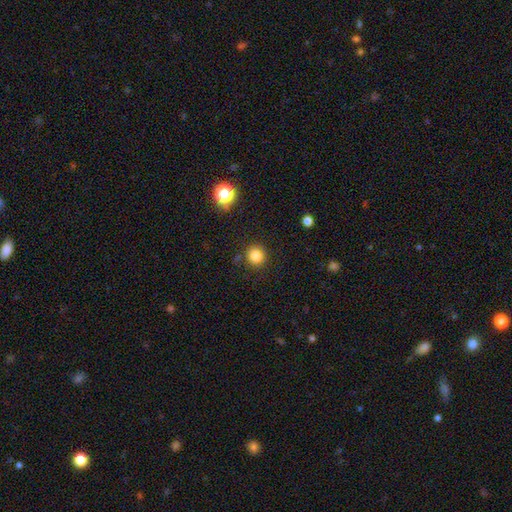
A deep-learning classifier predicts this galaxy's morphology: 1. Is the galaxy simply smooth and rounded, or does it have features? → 82% smooth, 13% star or artifact, 5% featured or disk.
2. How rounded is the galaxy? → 93% round, 6% in between, 1% cigar-shaped.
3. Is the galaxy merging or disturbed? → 88% none, 7% minor disturbance, 3% major disturbance, 2% merger.